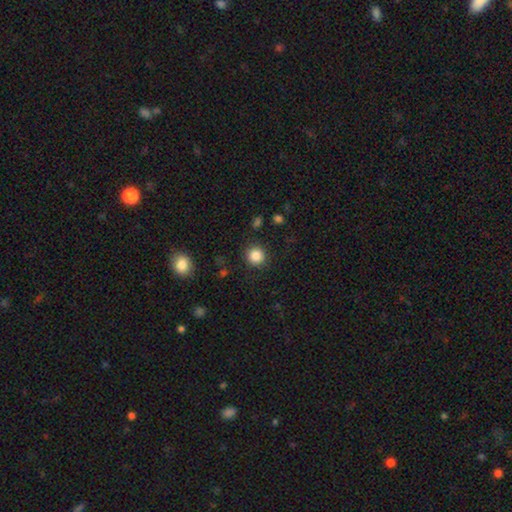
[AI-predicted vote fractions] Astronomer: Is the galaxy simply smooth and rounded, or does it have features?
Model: smooth — 86%.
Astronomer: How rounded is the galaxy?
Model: round — 93%.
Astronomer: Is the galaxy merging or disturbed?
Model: none — 89%.